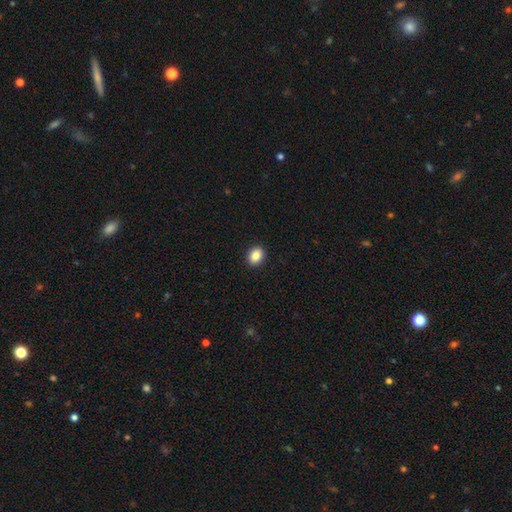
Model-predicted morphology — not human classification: smooth_or_featured: smooth (p=0.87) [alt: star or artifact p=0.09]
how_rounded: in between (p=0.52) [alt: round p=0.47]
merging: none (p=0.92) [alt: minor disturbance p=0.05]